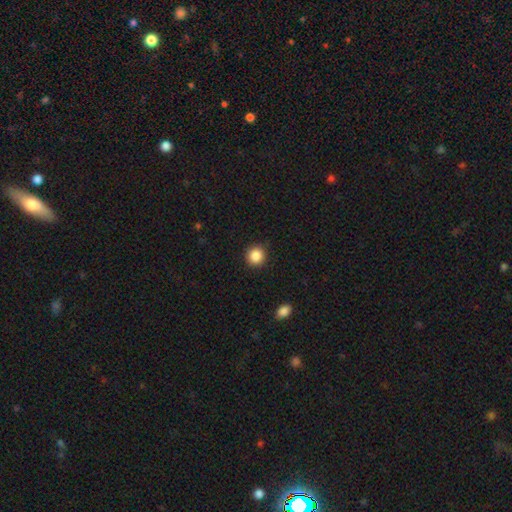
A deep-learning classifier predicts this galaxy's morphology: The model was most divided on "smooth or featured": smooth: 87%, star or artifact: 10%, featured or disk: 3%. More confident: how rounded — round (92%); merging — none (89%).